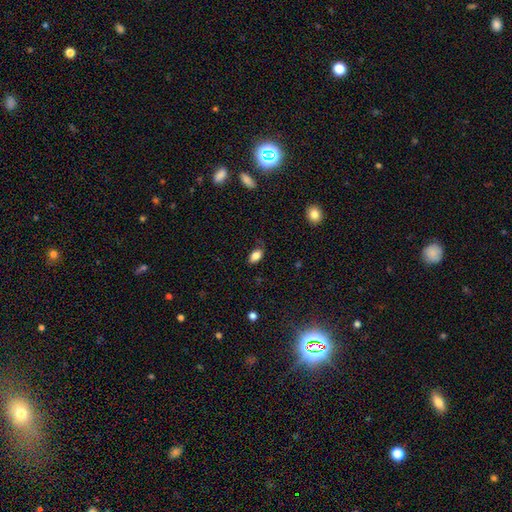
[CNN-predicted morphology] Smooth or featured? Predicted: smooth (p=0.83). How rounded? Predicted: in between (p=0.91). Merging? Predicted: none (p=0.70).